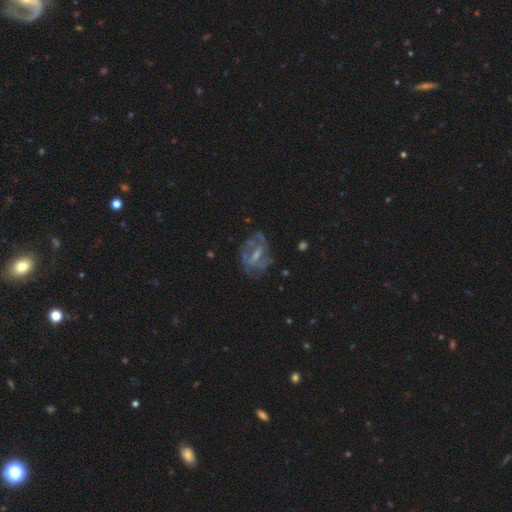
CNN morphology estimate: Smooth or featured: featured or disk — 69% (smooth — 22%)
Edge-on disk: no — 96% (yes — 4%)
Bar: weak — 48% (no — 30%)
Spiral arms: yes — 60% (no — 40%)
Bulge size: moderate — 38% (small — 37%)
Merging: none — 52% (minor disturbance — 22%)